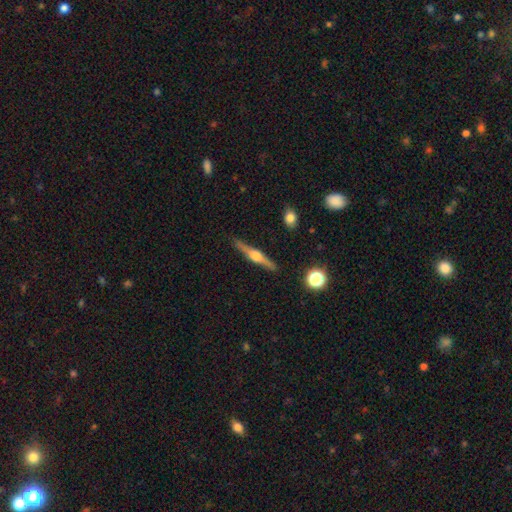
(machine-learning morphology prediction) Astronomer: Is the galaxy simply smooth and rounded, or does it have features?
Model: featured or disk — 78%.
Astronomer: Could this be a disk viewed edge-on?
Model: yes — 98%.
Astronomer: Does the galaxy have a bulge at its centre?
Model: rounded — 90%.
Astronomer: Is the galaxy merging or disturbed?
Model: none — 90%.